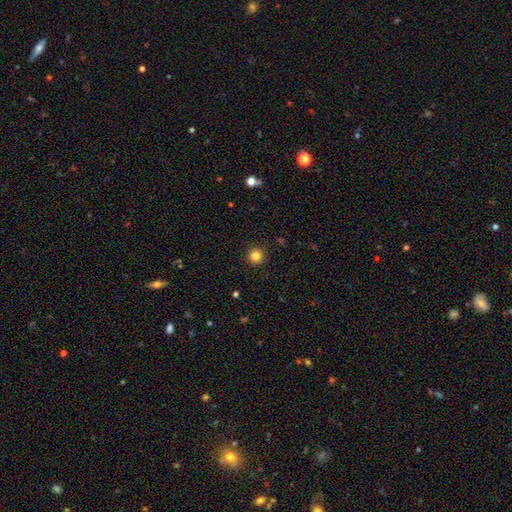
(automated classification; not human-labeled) A smooth galaxy with no disk features (83%) that is round (96%).

Vote fractions:
- Smooth or featured? smooth: 83% / star or artifact: 12% / featured or disk: 5%
- How rounded? round: 96% / in between: 3% / cigar-shaped: 1%
- Merging? none: 93% / minor disturbance: 5% / major disturbance: 2% / merger: 1%